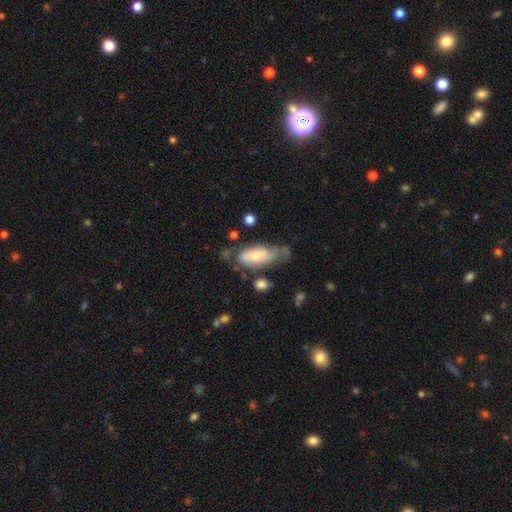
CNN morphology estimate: Smooth or featured?
  - smooth: 57% *
  - featured or disk: 37%
  - star or artifact: 6%
How rounded?
  - in between: 83% *
  - cigar-shaped: 14%
  - round: 3%
Merging?
  - minor disturbance: 34% *
  - none: 33%
  - major disturbance: 24%
  - merger: 9%